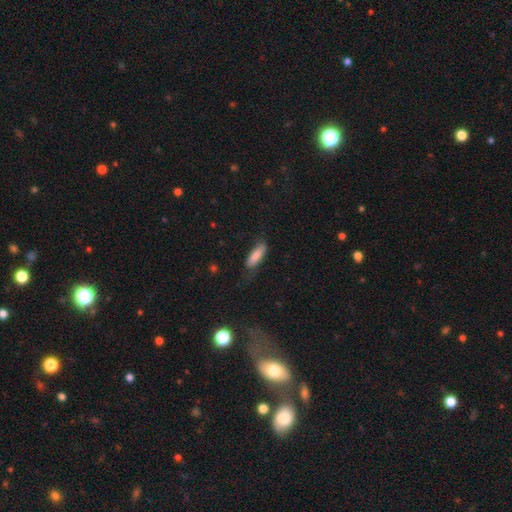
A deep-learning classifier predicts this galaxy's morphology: Overall: smooth (82%). How rounded: cigar-shaped (52%; in between 47%). Merging: none (67%).